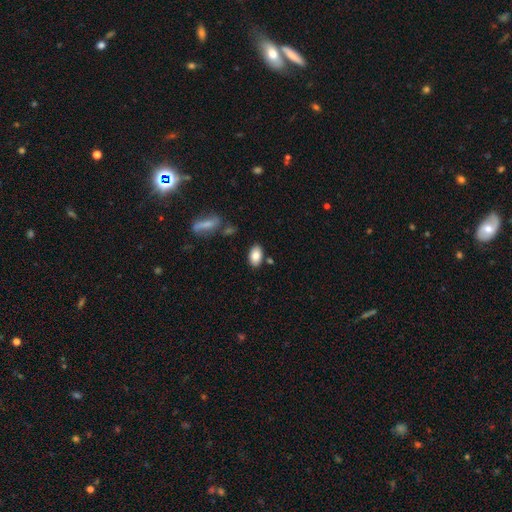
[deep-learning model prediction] Smooth or featured? smooth (84%)
How rounded? in between (93%)
Merging? none (81%)